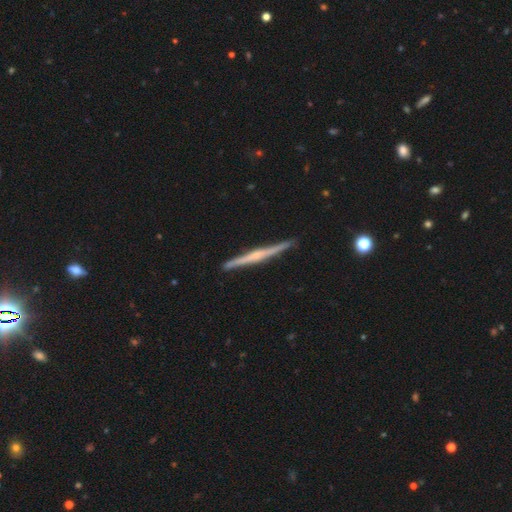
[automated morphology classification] Smooth or featured?
  - featured or disk: 76% *
  - smooth: 19%
  - star or artifact: 5%
Edge-on disk?
  - yes: 98% *
  - no: 2%
Edge-on bulge?
  - rounded: 57% *
  - none: 29%
  - boxy: 14%
Merging?
  - none: 91% *
  - minor disturbance: 6%
  - major disturbance: 1%
  - merger: 1%